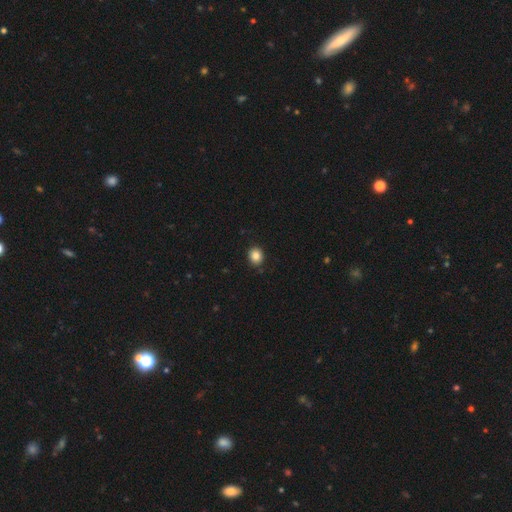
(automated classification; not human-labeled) This appears to be a smooth galaxy with no disk features (86%) that is round (67%). Merging: none (89%).